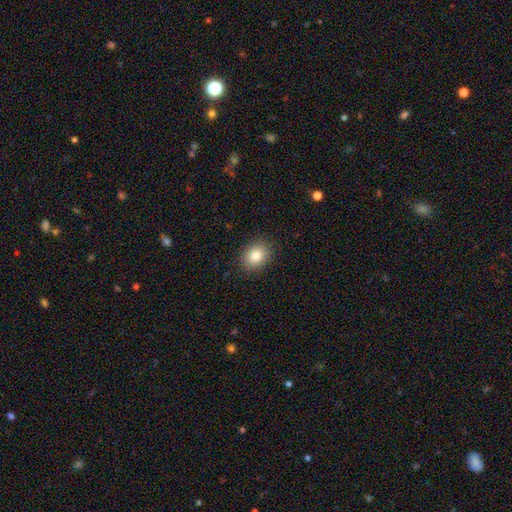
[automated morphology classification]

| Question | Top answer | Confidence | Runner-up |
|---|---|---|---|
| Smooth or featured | smooth | 84% | star or artifact (9%) |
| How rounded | in between | 58% | round (41%) |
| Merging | none | 88% | minor disturbance (9%) |